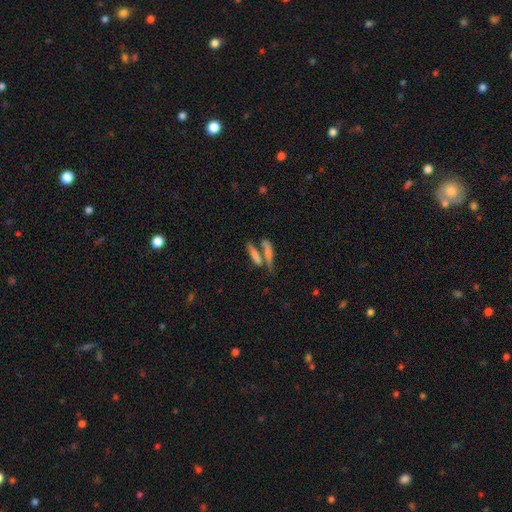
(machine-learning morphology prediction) Q: Smooth or featured?
A: smooth (61%); runner-up: featured or disk (28%)
Q: How rounded?
A: cigar-shaped (77%); runner-up: in between (20%)
Q: Merging?
A: none (45%); runner-up: merger (42%)